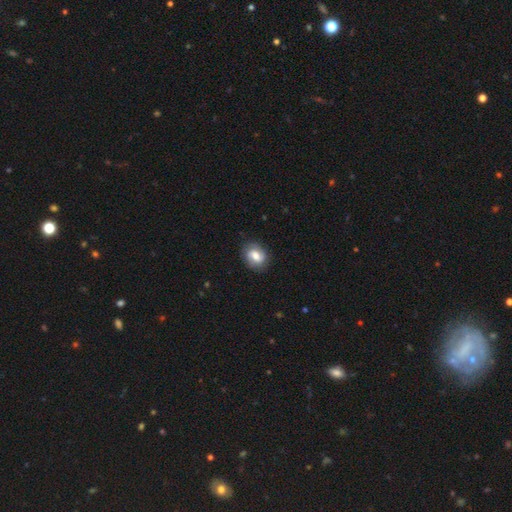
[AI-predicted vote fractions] Smooth or featured?
  - smooth: 62% *
  - featured or disk: 30%
  - star or artifact: 8%
How rounded?
  - in between: 59% *
  - round: 39%
  - cigar-shaped: 1%
Merging?
  - none: 83% *
  - minor disturbance: 13%
  - major disturbance: 3%
  - merger: 1%